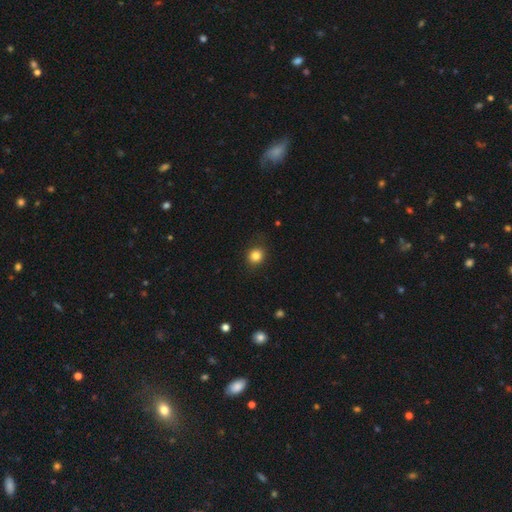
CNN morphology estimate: Q: Smooth or featured?
A: smooth (83%); runner-up: star or artifact (12%)
Q: How rounded?
A: round (80%); runner-up: in between (19%)
Q: Merging?
A: none (86%); runner-up: minor disturbance (10%)